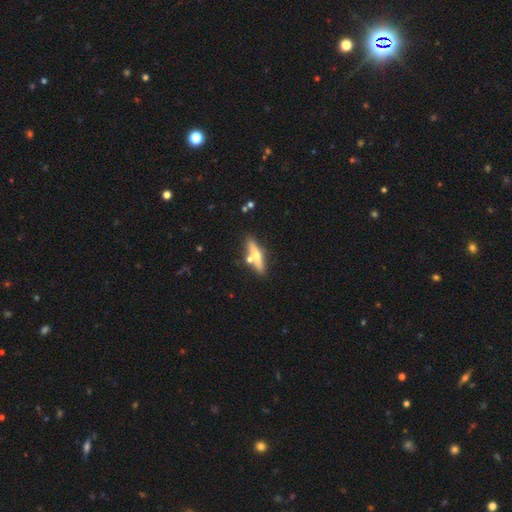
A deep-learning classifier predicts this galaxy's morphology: Smooth or featured? featured or disk (55%)
Edge-on disk? yes (91%)
Edge-on bulge? rounded (93%)
Merging? none (73%)